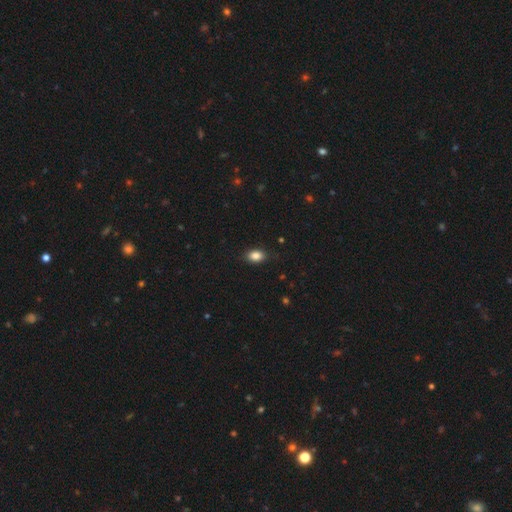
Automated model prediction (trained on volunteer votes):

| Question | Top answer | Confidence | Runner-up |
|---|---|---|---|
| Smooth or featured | smooth | 86% | star or artifact (9%) |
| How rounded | in between | 80% | round (19%) |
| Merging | none | 86% | minor disturbance (11%) |